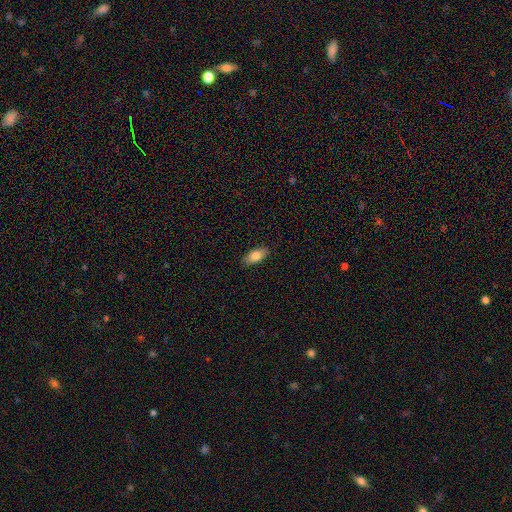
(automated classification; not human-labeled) The model was most divided on "smooth or featured": smooth: 82%, featured or disk: 11%, star or artifact: 7%. More confident: how rounded — in between (89%); merging — none (87%).